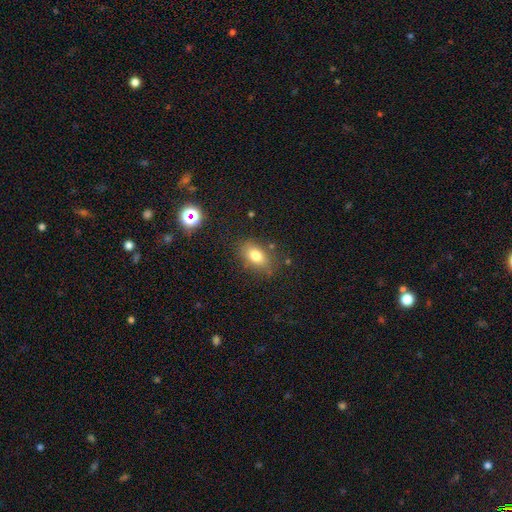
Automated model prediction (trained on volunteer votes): The model was most divided on "smooth or featured": smooth: 78%, featured or disk: 11%, star or artifact: 11%. More confident: how rounded — in between (84%); merging — none (80%).